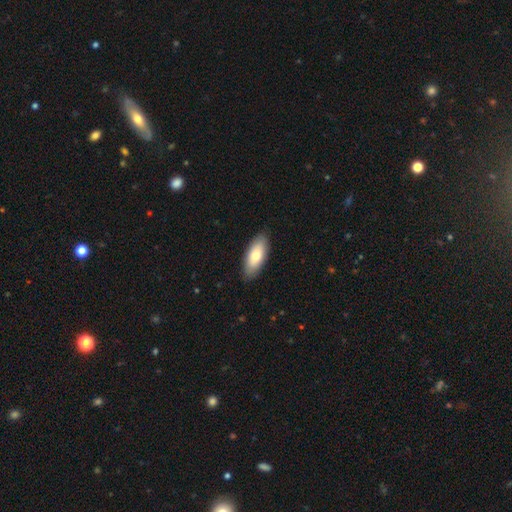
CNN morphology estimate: type=smooth (71%); roundness=in between (84%); merging=none (88%).